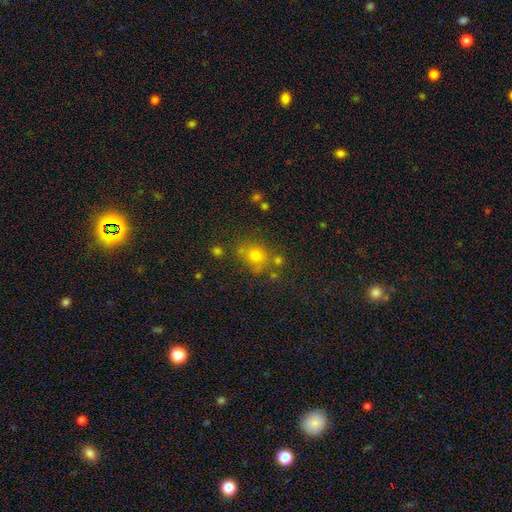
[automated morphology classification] type=smooth (69%); roundness=round (72%); merging=none (63%).